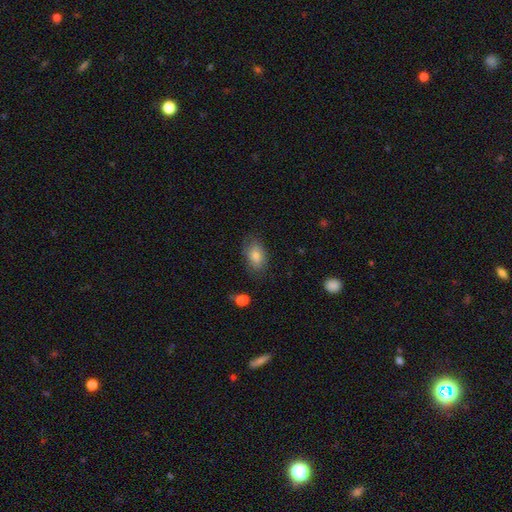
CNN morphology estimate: A smooth galaxy with no disk features (77%) that is in between round and cigar-shaped (89%).

Vote fractions:
- Smooth or featured? smooth: 77% / featured or disk: 14% / star or artifact: 8%
- How rounded? in between: 89% / round: 9% / cigar-shaped: 2%
- Merging? none: 72% / minor disturbance: 20% / major disturbance: 6% / merger: 2%